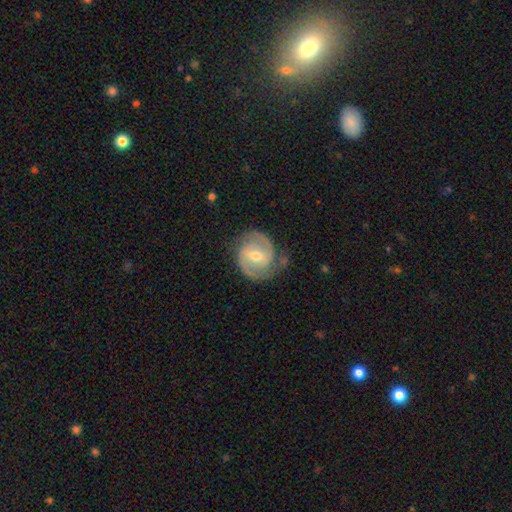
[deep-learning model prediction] The model was most divided on "spiral winding": tight: 47%, medium: 44%, loose: 9%. More confident: edge-on disk — no (98%); spiral arms — yes (96%); spiral arm count — 2 (88%); smooth or featured — featured or disk (85%); merging — none (75%); bulge size — moderate (65%); bar — weak (55%).